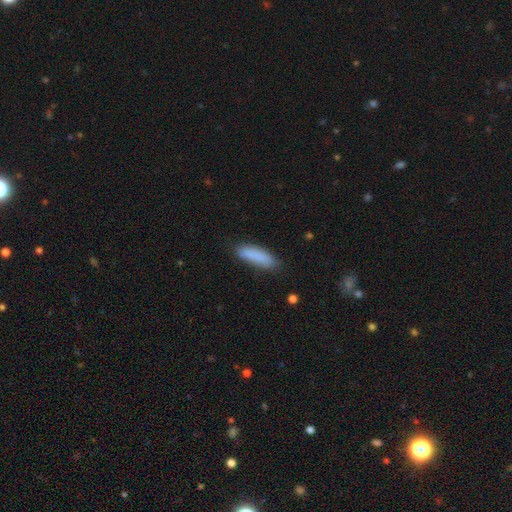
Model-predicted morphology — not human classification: Smooth or featured: smooth — 86% (featured or disk — 7%)
How rounded: cigar-shaped — 64% (in between — 35%)
Merging: none — 80% (minor disturbance — 15%)